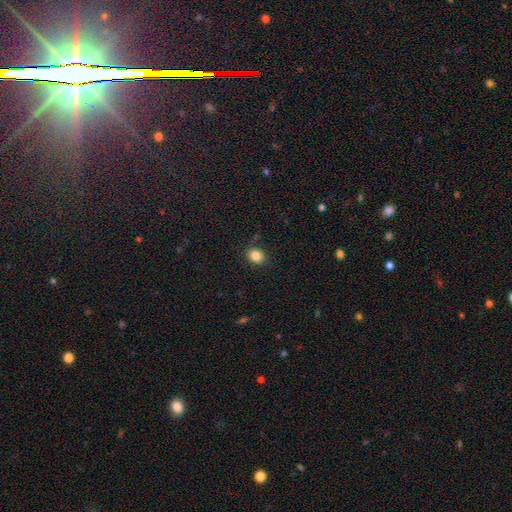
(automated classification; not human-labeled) Overall: smooth (84%). How rounded: in between (51%; round 48%). Merging: none (82%).